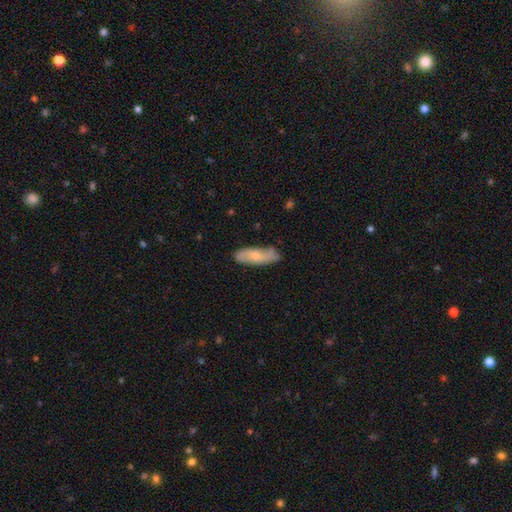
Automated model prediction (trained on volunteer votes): Smooth or featured?
  - smooth: 56% *
  - featured or disk: 38%
  - star or artifact: 6%
How rounded?
  - in between: 56% *
  - cigar-shaped: 41%
  - round: 2%
Merging?
  - none: 77% *
  - minor disturbance: 18%
  - major disturbance: 3%
  - merger: 2%